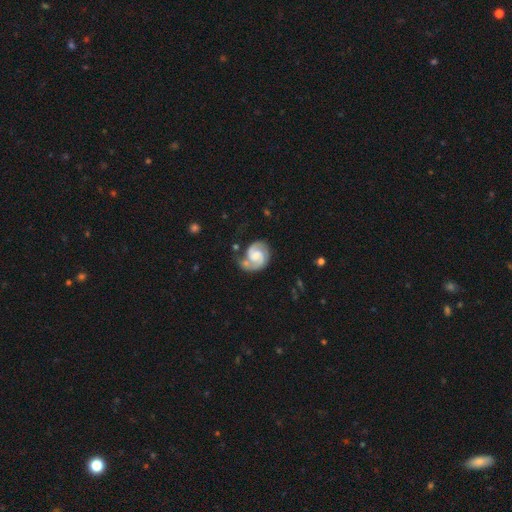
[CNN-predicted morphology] smooth_or_featured: featured or disk (p=0.84) [alt: smooth p=0.10]
disk_edge_on: no (p=0.98) [alt: yes p=0.02]
bar: no (p=0.49) [alt: weak p=0.41]
has_spiral_arms: yes (p=0.97) [alt: no p=0.03]
spiral_winding: medium (p=0.49) [alt: tight p=0.36]
spiral_arm_count: 2 (p=0.88) [alt: 1 p=0.05]
bulge_size: moderate (p=0.30) [alt: none p=0.28]
merging: none (p=0.62) [alt: minor disturbance p=0.21]